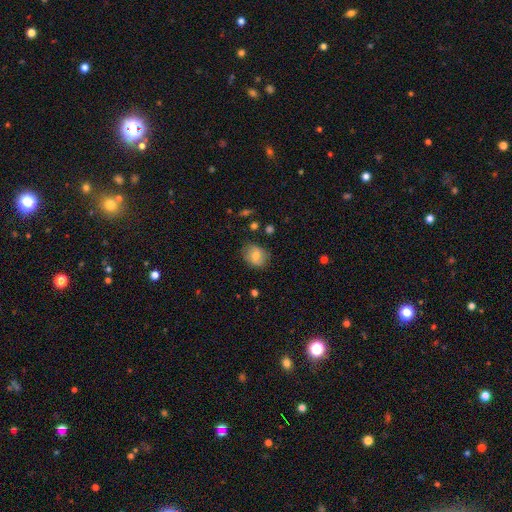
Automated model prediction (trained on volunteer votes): smooth_or_featured: smooth (p=0.65) [alt: featured or disk p=0.26]
how_rounded: round (p=0.58) [alt: in between p=0.41]
merging: none (p=0.78) [alt: minor disturbance p=0.16]